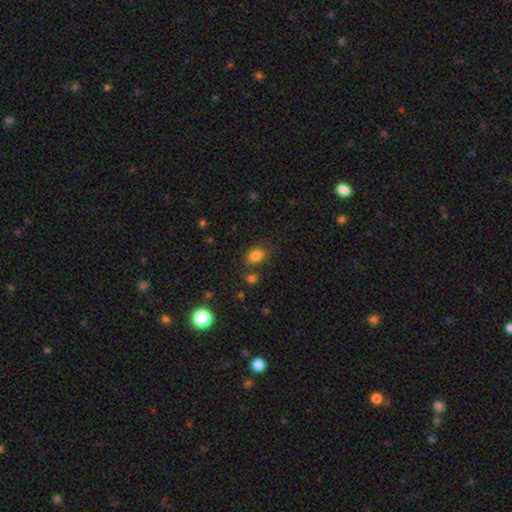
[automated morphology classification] This is clearly a smooth galaxy (82%). How rounded: possibly in between (53%). Merging: likely none (75%).